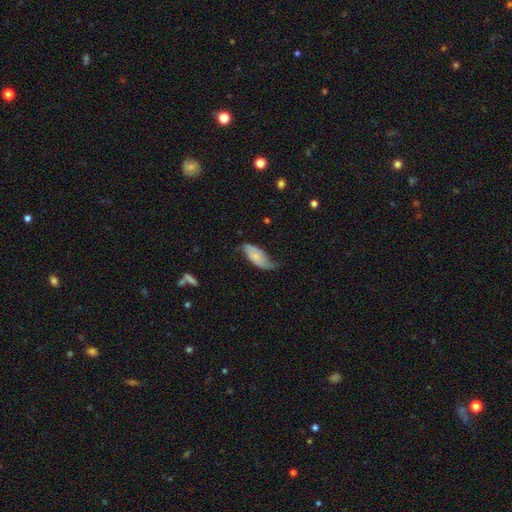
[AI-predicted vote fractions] smooth_or_featured: smooth (p=0.50) [alt: featured or disk p=0.43]
how_rounded: in between (p=0.85) [alt: cigar-shaped p=0.13]
merging: none (p=0.46) [alt: minor disturbance p=0.38]